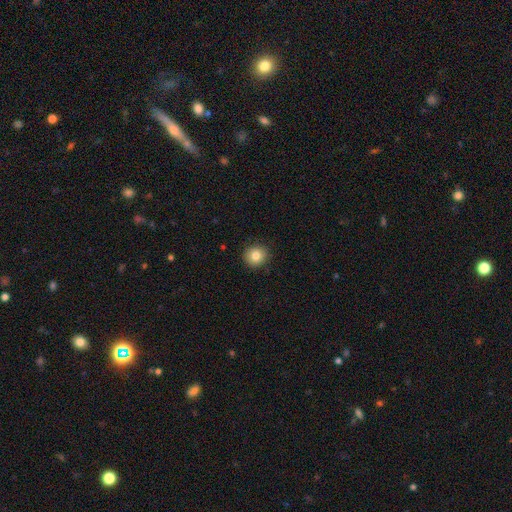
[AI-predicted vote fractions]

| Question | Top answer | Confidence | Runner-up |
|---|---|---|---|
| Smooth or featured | smooth | 82% | star or artifact (10%) |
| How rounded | round | 91% | in between (8%) |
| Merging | none | 91% | minor disturbance (7%) |